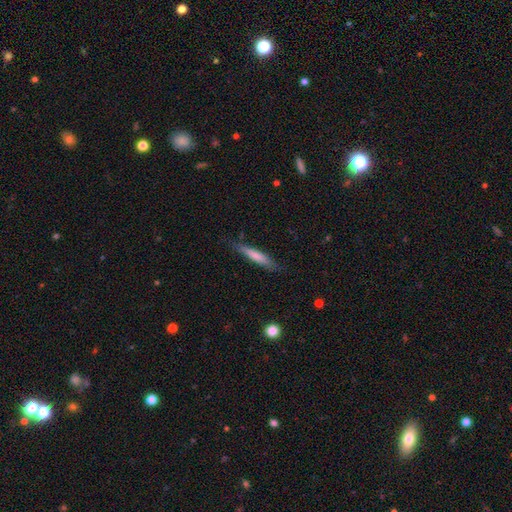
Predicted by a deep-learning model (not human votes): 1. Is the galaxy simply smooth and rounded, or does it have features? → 70% smooth, 24% featured or disk, 6% star or artifact.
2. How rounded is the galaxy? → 91% cigar-shaped, 8% in between, 1% round.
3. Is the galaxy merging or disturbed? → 81% none, 14% minor disturbance, 3% major disturbance, 1% merger.